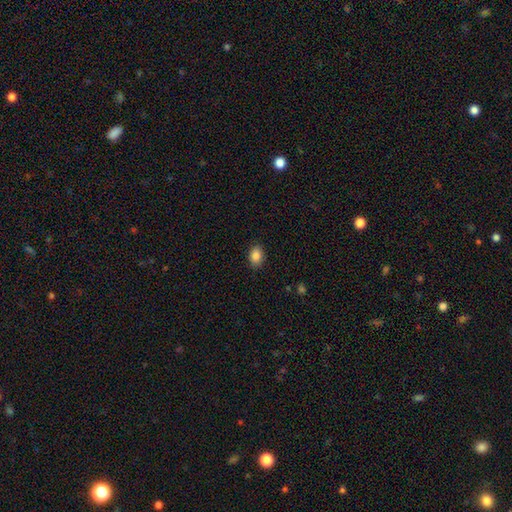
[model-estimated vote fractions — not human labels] smooth-or-featured: smooth: 86% | star or artifact: 9% | featured or disk: 5%
  how-rounded: in between: 75% | round: 24% | cigar-shaped: 1%
  merging: none: 87% | minor disturbance: 10% | major disturbance: 2% | merger: 1%